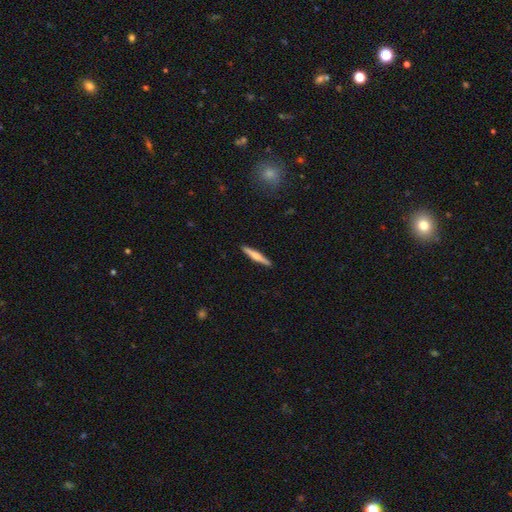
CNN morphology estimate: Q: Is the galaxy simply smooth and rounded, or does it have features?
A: smooth — 49%.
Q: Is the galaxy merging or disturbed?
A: none — 91%.